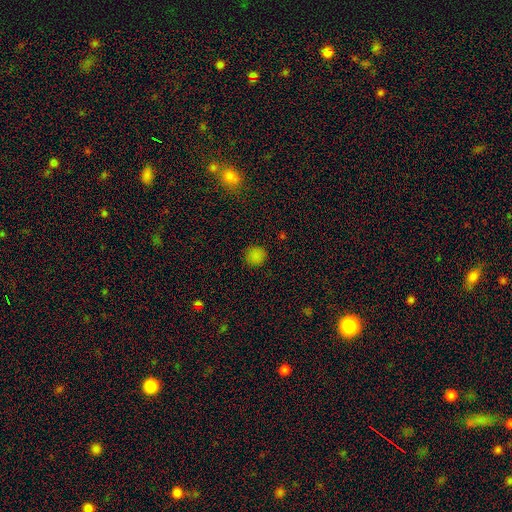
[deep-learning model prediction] This appears to be a smooth galaxy with no disk features (80%) that is round (92%). Merging: none (89%).